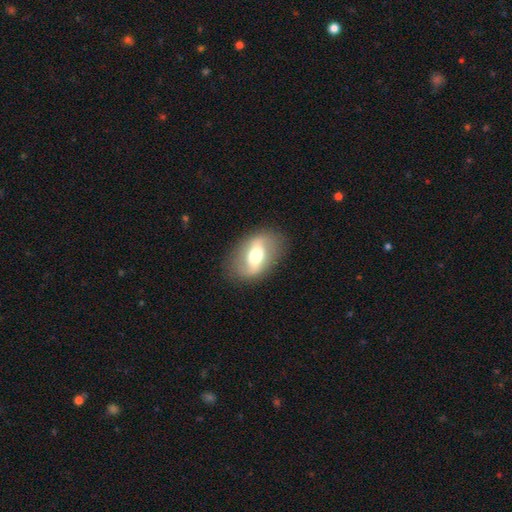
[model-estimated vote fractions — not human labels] This is possibly a featured or disk galaxy (54%). It is clearly not viewed edge-on (88%). Merging: clearly none (81%).